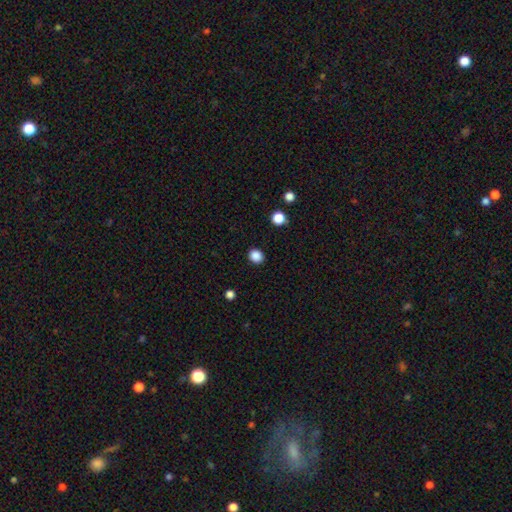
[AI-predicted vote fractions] smooth-or-featured: smooth: 86% | star or artifact: 11% | featured or disk: 3%
  how-rounded: round: 78% | in between: 21% | cigar-shaped: 1%
  merging: none: 91% | minor disturbance: 6% | major disturbance: 2% | merger: 1%